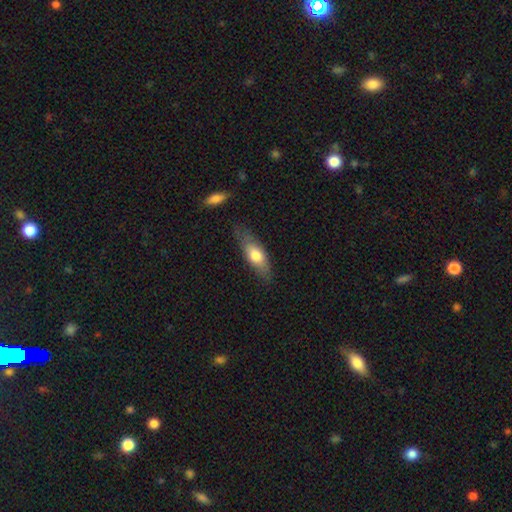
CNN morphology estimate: This appears to be a smooth galaxy with no disk features (66%) that is in between round and cigar-shaped (65%). Merging: none (69%).